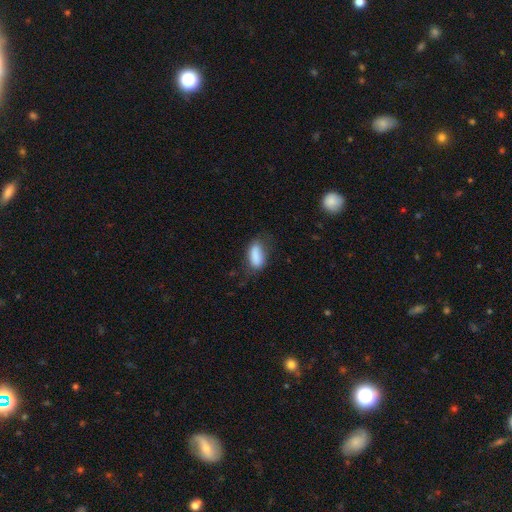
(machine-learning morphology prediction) This appears to be a smooth galaxy with no disk features (84%) that is in between round and cigar-shaped (84%). Merging: none (57%).